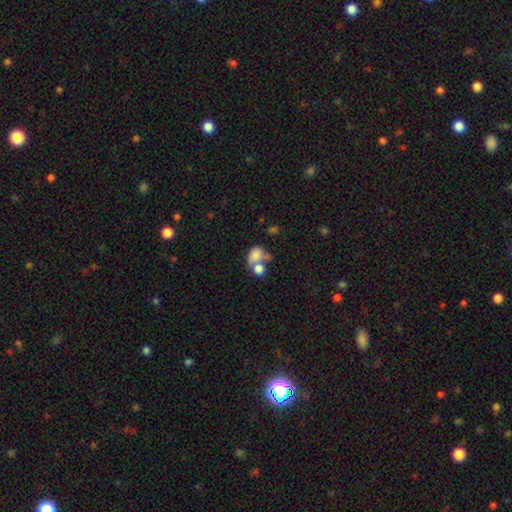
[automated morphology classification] A smooth galaxy with no disk features (74%) that is in between round and cigar-shaped (62%). Merging: merger (55%).